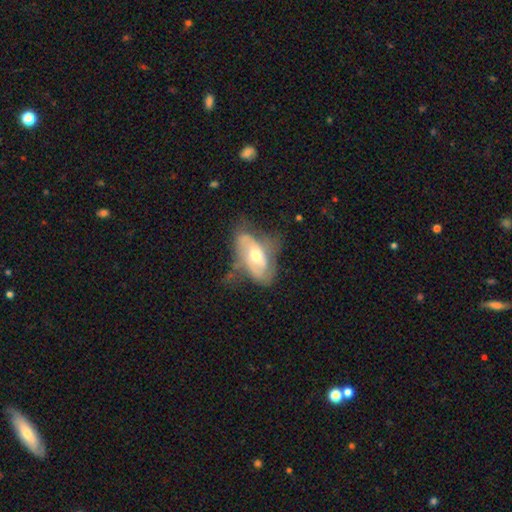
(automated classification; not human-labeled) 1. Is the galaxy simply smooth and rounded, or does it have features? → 62% featured or disk, 31% smooth, 7% star or artifact.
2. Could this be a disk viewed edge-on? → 90% no, 10% yes.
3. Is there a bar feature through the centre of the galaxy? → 59% no, 30% weak, 11% strong.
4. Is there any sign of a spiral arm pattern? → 67% yes, 33% no.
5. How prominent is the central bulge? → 65% moderate, 27% small, 6% large, 1% none, 1% dominant.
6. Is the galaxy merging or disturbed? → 39% none, 32% minor disturbance, 24% major disturbance, 5% merger.